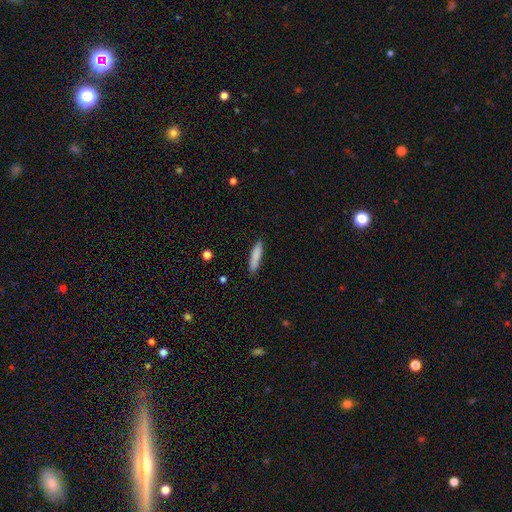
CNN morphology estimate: A smooth galaxy with no disk features (84%) that is cigar-shaped (81%).

Vote fractions:
- Smooth or featured? smooth: 84% / featured or disk: 9% / star or artifact: 6%
- How rounded? cigar-shaped: 81% / in between: 17% / round: 1%
- Merging? none: 85% / minor disturbance: 11% / major disturbance: 2% / merger: 1%